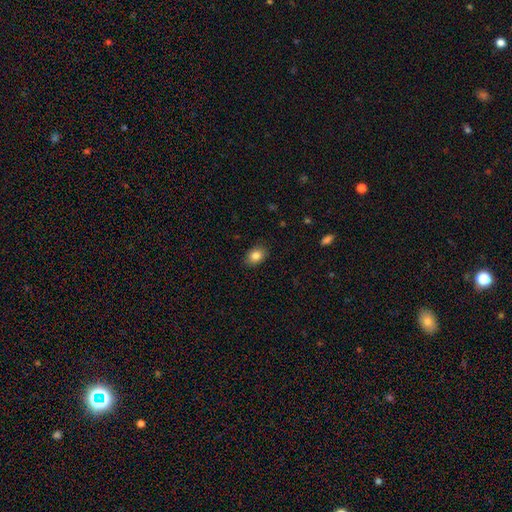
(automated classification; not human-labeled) Smooth or featured: smooth — 85% (star or artifact — 9%)
How rounded: in between — 78% (round — 21%)
Merging: none — 88% (minor disturbance — 9%)